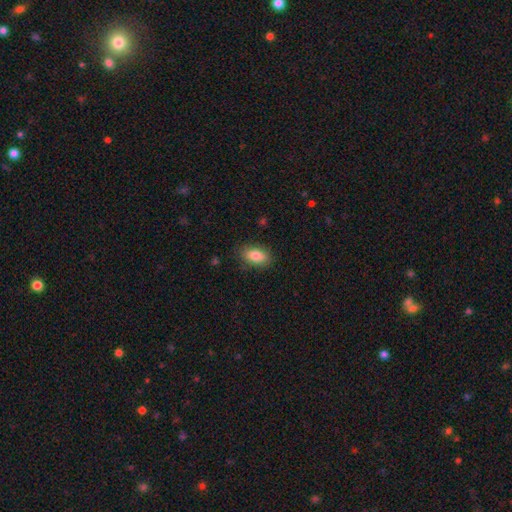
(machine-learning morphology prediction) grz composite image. It shows a smooth galaxy with no disk features (84%) that is in between round and cigar-shaped (90%). Merging: none (84%).